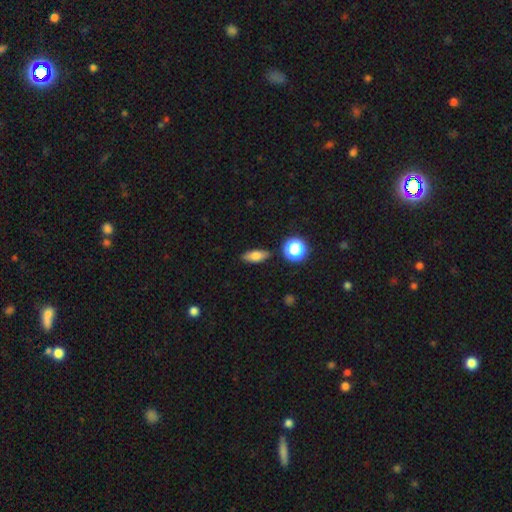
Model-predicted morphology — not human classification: smooth 73%, featured or disk 16%, star or artifact 11%. Down the decision tree: how rounded — in between (71%); merging — none (85%).